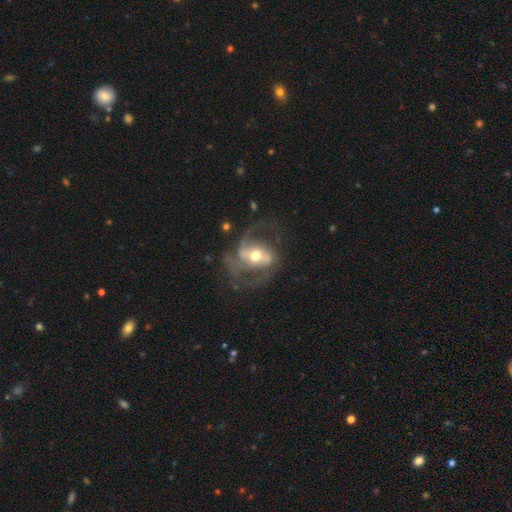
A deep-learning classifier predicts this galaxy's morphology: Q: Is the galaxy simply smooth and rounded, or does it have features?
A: featured or disk — 82%.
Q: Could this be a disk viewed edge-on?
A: no — 96%.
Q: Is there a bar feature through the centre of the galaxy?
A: strong — 37%.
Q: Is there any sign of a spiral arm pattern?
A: yes — 88%.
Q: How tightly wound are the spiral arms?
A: medium — 51%.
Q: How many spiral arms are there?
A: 2 — 71%.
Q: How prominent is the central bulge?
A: moderate — 68%.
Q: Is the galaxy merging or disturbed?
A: none — 53%.